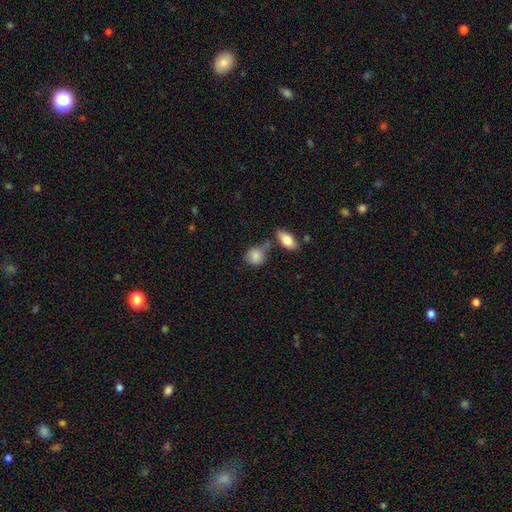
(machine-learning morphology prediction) This appears to be a smooth galaxy with no disk features (85%) that is round (66%). Merging: none (52%).